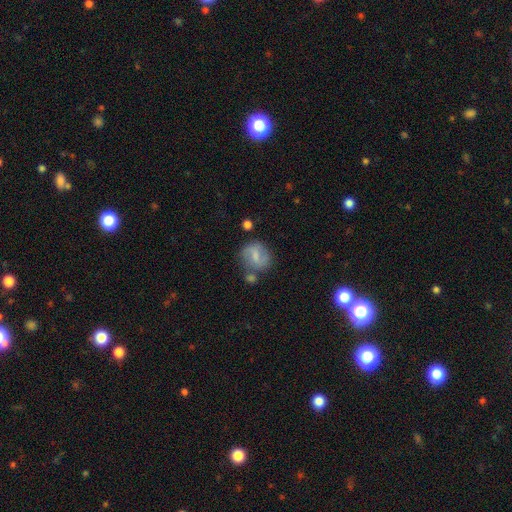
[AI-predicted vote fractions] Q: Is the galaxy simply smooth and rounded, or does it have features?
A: smooth — 52%.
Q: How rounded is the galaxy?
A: round — 66%.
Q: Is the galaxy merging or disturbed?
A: none — 57%.